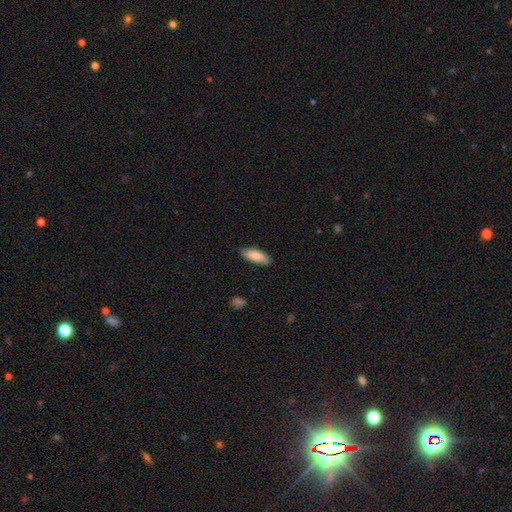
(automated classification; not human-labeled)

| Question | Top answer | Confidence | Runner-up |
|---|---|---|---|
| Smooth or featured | smooth | 85% | featured or disk (10%) |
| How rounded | in between | 68% | cigar-shaped (31%) |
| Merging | none | 85% | minor disturbance (11%) |